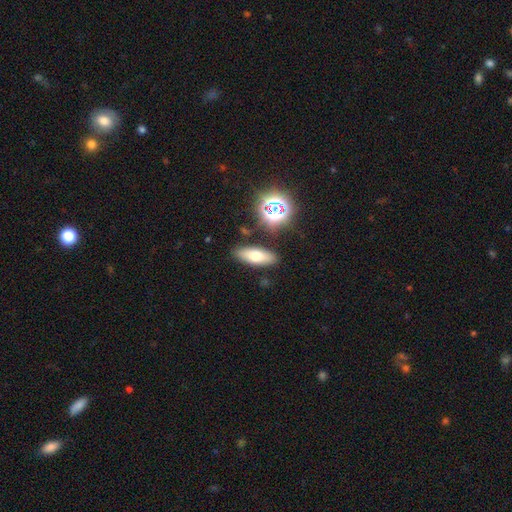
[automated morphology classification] Overall: smooth (64%). How rounded: in between (65%; cigar-shaped 30%). Merging: none (85%).